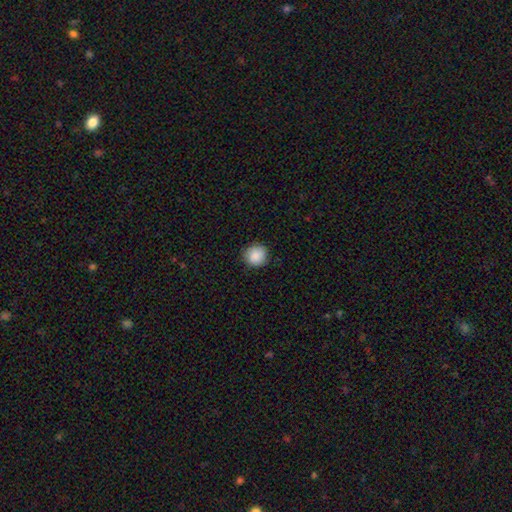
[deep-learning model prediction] Smooth or featured? Predicted: smooth (p=0.88). How rounded? Predicted: round (p=0.88). Merging? Predicted: none (p=0.87).